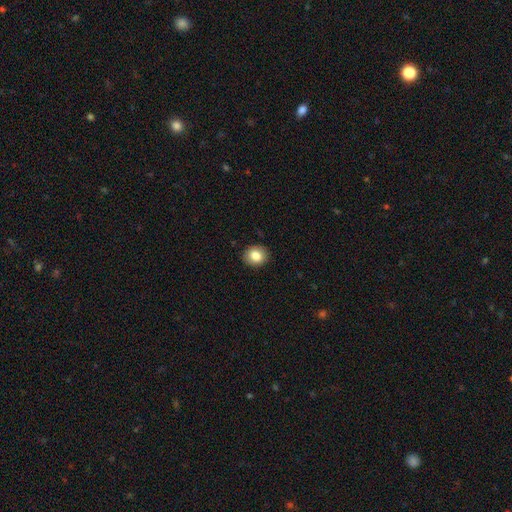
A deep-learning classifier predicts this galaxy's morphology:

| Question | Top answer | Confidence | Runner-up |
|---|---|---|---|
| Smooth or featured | smooth | 83% | star or artifact (9%) |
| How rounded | round | 69% | in between (30%) |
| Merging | none | 91% | minor disturbance (7%) |